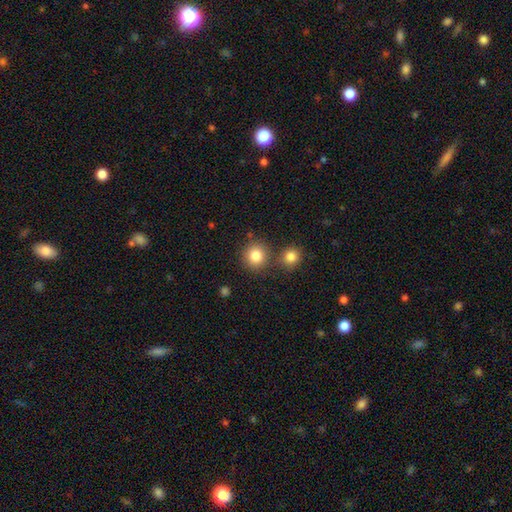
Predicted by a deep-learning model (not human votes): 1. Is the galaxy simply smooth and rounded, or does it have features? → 84% smooth, 10% star or artifact, 6% featured or disk.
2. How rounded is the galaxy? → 90% round, 9% in between, 1% cigar-shaped.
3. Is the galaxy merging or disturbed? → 74% none, 15% merger, 8% minor disturbance, 3% major disturbance.